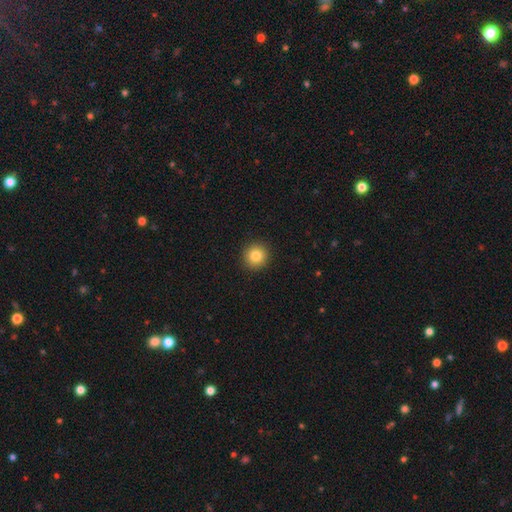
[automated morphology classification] Q: Smooth or featured?
A: smooth (83%); runner-up: star or artifact (10%)
Q: How rounded?
A: round (94%); runner-up: in between (5%)
Q: Merging?
A: none (93%); runner-up: minor disturbance (5%)